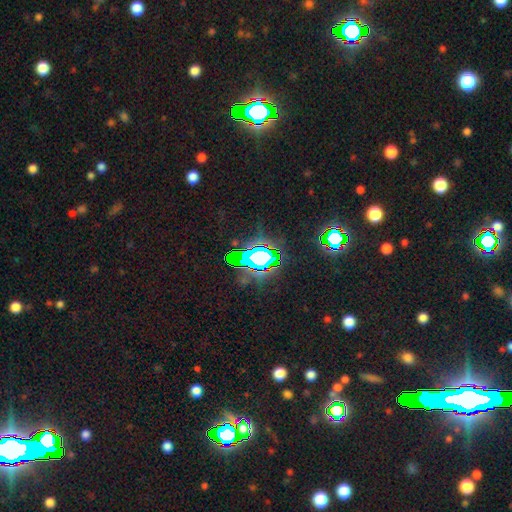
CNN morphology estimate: The model was most divided on "smooth or featured": star or artifact: 70%, smooth: 17%, featured or disk: 13%.